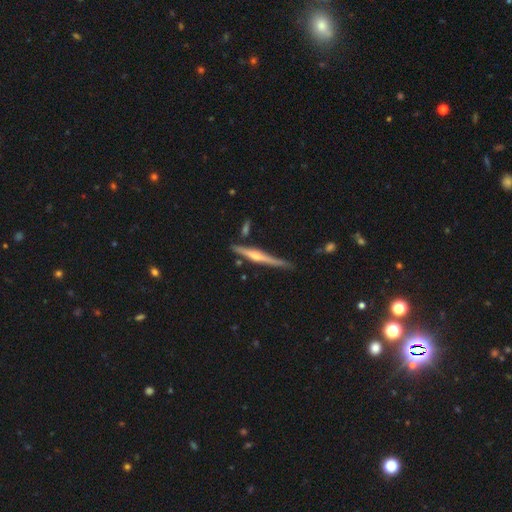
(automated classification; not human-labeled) Smooth or featured: featured or disk — 77% (smooth — 17%)
Edge-on disk: yes — 98% (no — 2%)
Edge-on bulge: rounded — 82% (none — 11%)
Merging: none — 82% (minor disturbance — 13%)